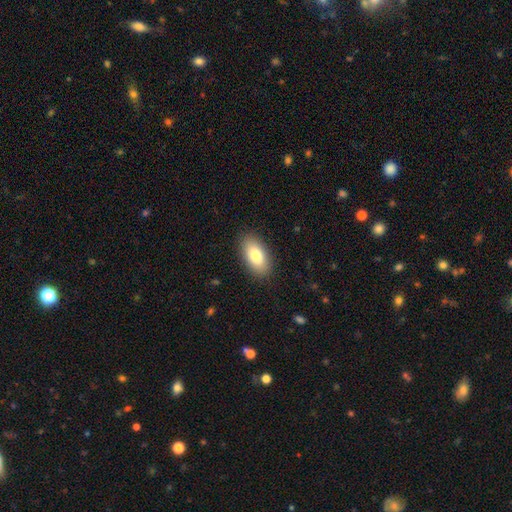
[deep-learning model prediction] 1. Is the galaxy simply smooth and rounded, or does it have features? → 80% smooth, 13% featured or disk, 7% star or artifact.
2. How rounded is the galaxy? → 93% in between, 4% round, 3% cigar-shaped.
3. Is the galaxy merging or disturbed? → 89% none, 8% minor disturbance, 2% major disturbance, 1% merger.